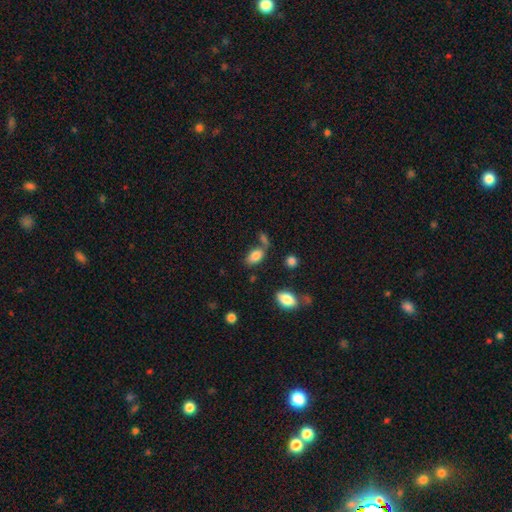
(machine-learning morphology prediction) smooth_or_featured: smooth (p=0.83) [alt: star or artifact p=0.09]
how_rounded: in between (p=0.91) [alt: round p=0.06]
merging: none (p=0.57) [alt: merger p=0.21]